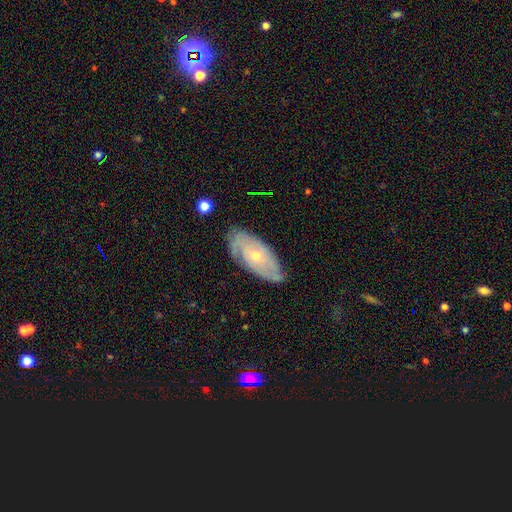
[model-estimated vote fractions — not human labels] This appears to be a featured or disk galaxy (72%) with no bar (80%), tight (69%) spiral arms (83%) and a small central bulge (62%). Merging: none (76%).